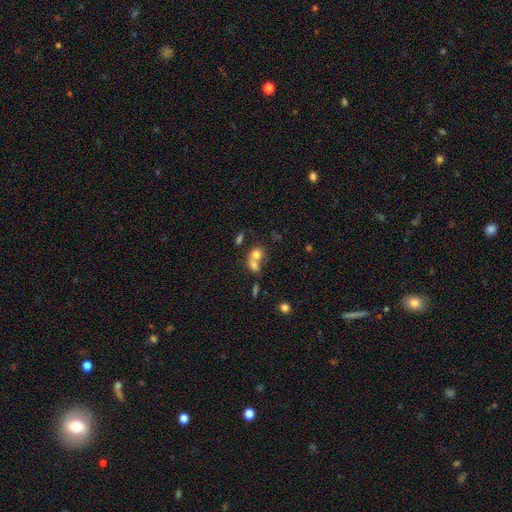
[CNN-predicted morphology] smooth 69%, featured or disk 18%, star or artifact 13%. Down the decision tree: how rounded — round (65%); merging — merger (64%).